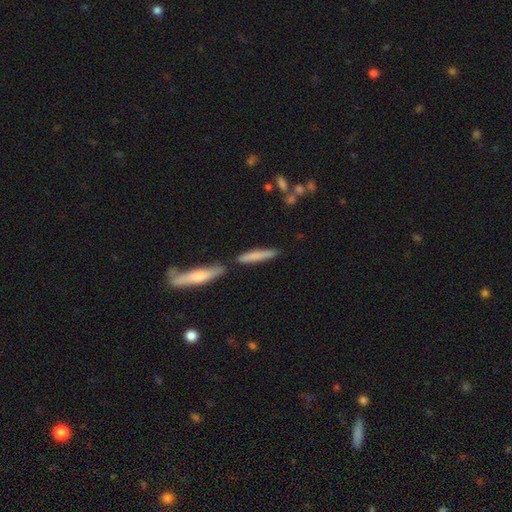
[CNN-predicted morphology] Q: Smooth or featured?
A: smooth (73%); runner-up: featured or disk (21%)
Q: How rounded?
A: cigar-shaped (90%); runner-up: in between (8%)
Q: Merging?
A: none (72%); runner-up: merger (15%)